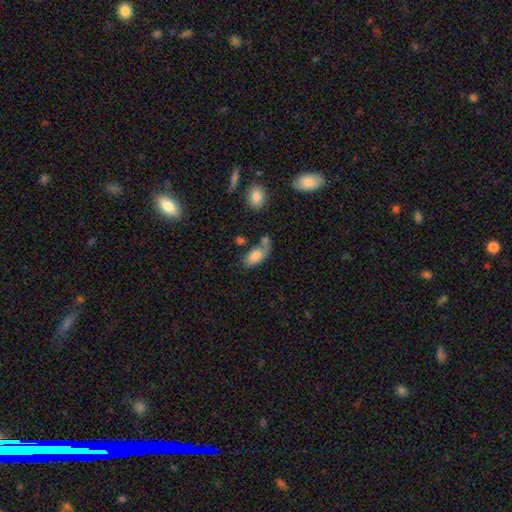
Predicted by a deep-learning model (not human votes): smooth-or-featured: smooth: 77% | featured or disk: 15% | star or artifact: 7%
  how-rounded: in between: 91% | cigar-shaped: 6% | round: 4%
  merging: none: 38% | merger: 25% | minor disturbance: 21% | major disturbance: 16%